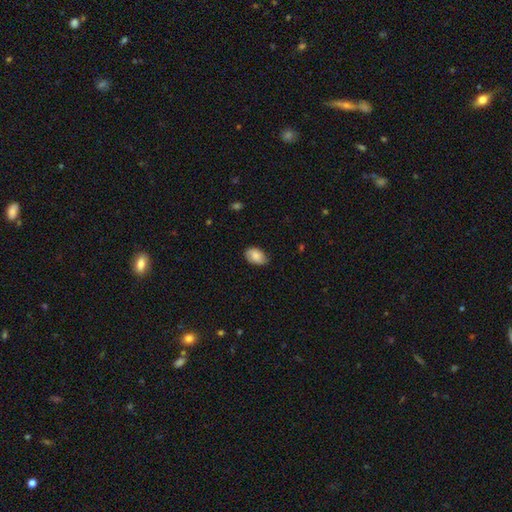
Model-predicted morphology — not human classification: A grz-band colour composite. It shows a smooth galaxy with no disk features (75%) that is in between round and cigar-shaped (88%). Merging: none (70%).